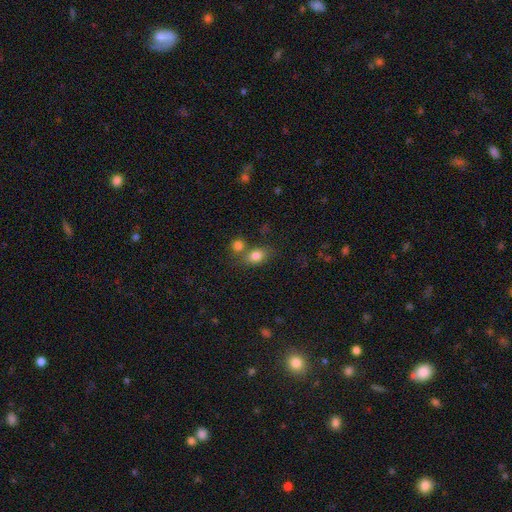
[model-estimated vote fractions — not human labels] A smooth galaxy with no disk features (81%) that is in between round and cigar-shaped (68%). Merging: none (55%).